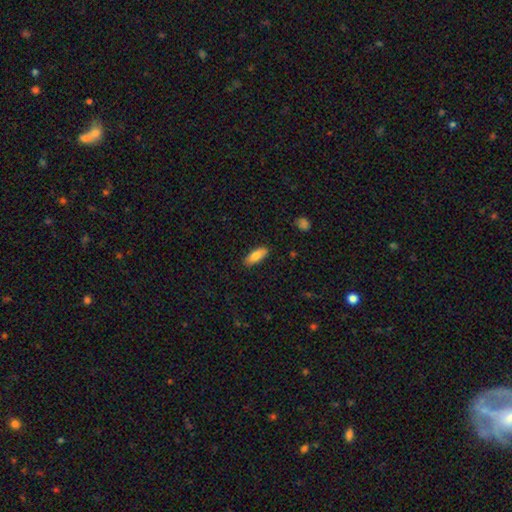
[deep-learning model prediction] The model was most divided on "how rounded": in between: 73%, cigar-shaped: 25%, round: 2%. More confident: merging — none (87%); smooth or featured — smooth (82%).